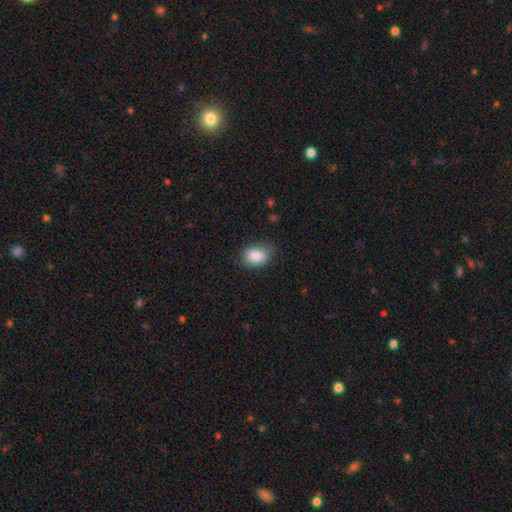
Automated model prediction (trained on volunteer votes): smooth 88%, star or artifact 8%, featured or disk 5%. Down the decision tree: how rounded — in between (81%); merging — none (75%).